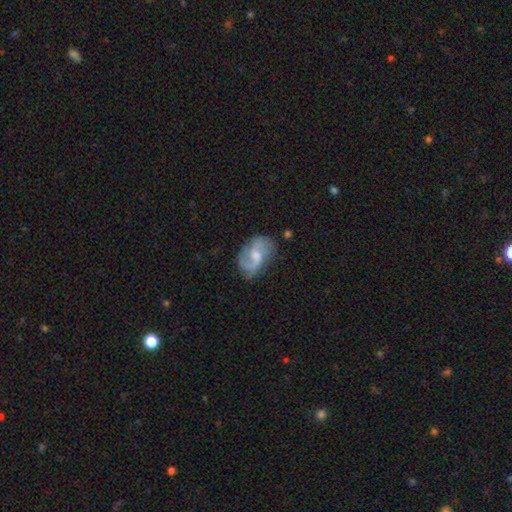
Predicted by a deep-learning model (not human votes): smooth-or-featured: featured or disk: 75% | smooth: 19% | star or artifact: 6%
  disk-edge-on: no: 97% | yes: 3%
    bar: weak: 50% | no: 42% | strong: 8%
    has-spiral-arms: yes: 93% | no: 7%
      spiral-winding: medium: 43% (tied) | loose: 43% (tied) | tight: 13%
      spiral-arm-count: 2: 82% | can't tell: 7% | 1: 7% | 3: 2% | 4: 1% | more than 4: 1%
    bulge-size: moderate: 54% | small: 32% | none: 7% | large: 6% | dominant: 1%
  merging: none: 66% | minor disturbance: 23% | major disturbance: 10% | merger: 2%